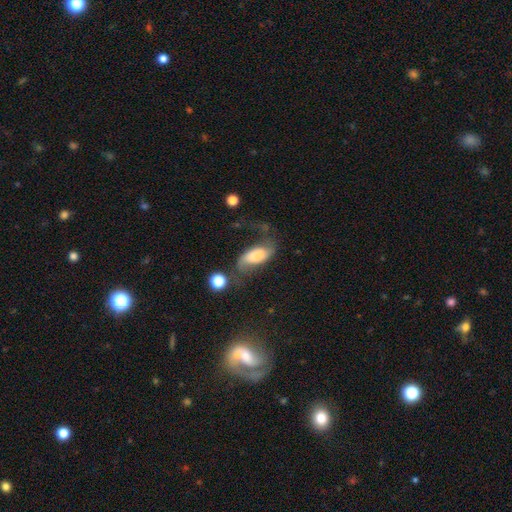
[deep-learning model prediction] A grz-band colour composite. It shows a featured or disk galaxy (47%). Merging: none (41%).